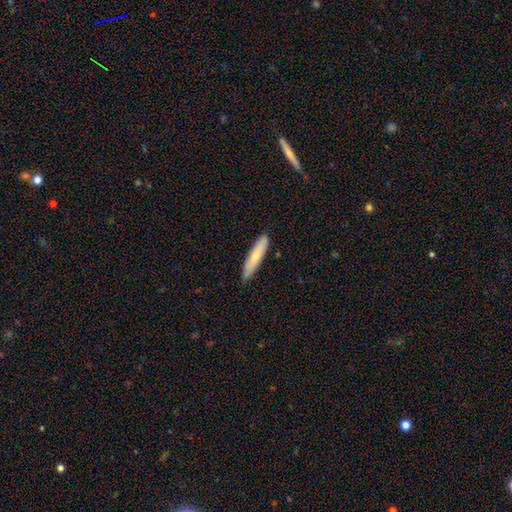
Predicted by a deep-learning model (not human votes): Smooth or featured? smooth (69%)
How rounded? cigar-shaped (86%)
Merging? none (86%)